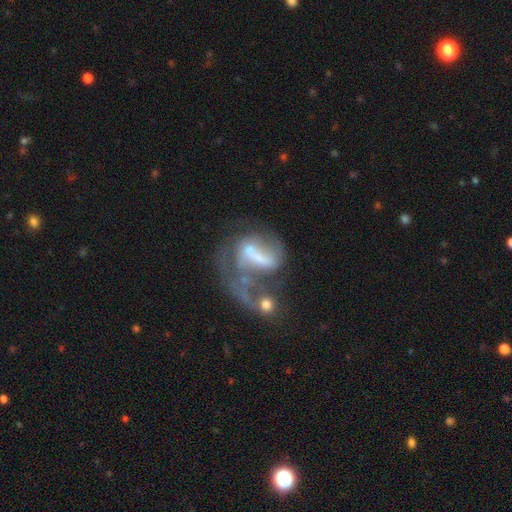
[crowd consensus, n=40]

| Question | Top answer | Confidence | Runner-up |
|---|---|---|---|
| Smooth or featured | featured or disk | 62% | smooth (35%) |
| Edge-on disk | no | 96% | yes (4%) |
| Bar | strong | 42% | weak (38%) |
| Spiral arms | yes | 58% | no (42%) |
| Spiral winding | medium | 50% | loose (29%) |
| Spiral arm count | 2 | 43% | 1 (36%) |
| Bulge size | moderate | 38% | none (33%) |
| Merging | major disturbance | 51% | merger (23%) |